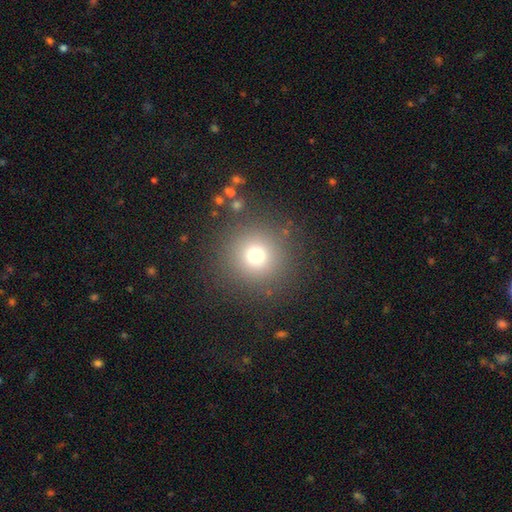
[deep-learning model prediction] Smooth or featured?
  - smooth: 71% *
  - star or artifact: 19%
  - featured or disk: 10%
How rounded?
  - round: 95% *
  - in between: 4%
  - cigar-shaped: 1%
Merging?
  - none: 87% *
  - minor disturbance: 6%
  - major disturbance: 4%
  - merger: 2%